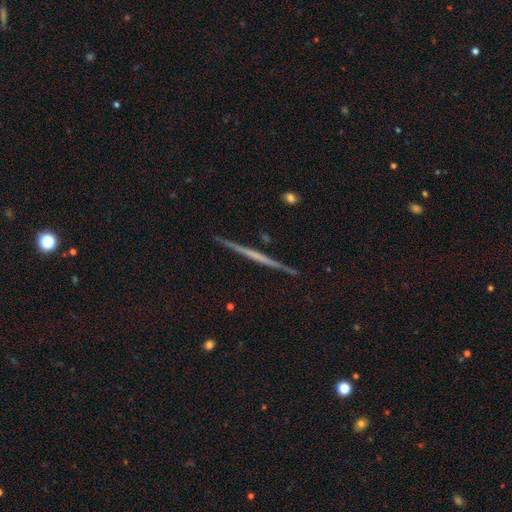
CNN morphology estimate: A featured or disk galaxy (68%) viewed edge-on (98%) with no central bulge (84%).

Vote fractions:
- Smooth or featured? featured or disk: 68% / smooth: 26% / star or artifact: 6%
- Edge-on disk? yes: 98% / no: 2%
- Edge-on bulge? none: 84% / rounded: 11% / boxy: 5%
- Merging? none: 92% / minor disturbance: 5% / major disturbance: 1% / merger: 1%